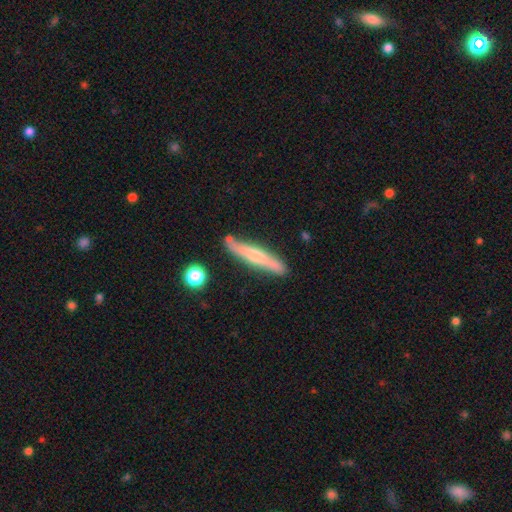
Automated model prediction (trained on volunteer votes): This appears to be a smooth galaxy with no disk features (52%) that is cigar-shaped (92%). Merging: none (77%).